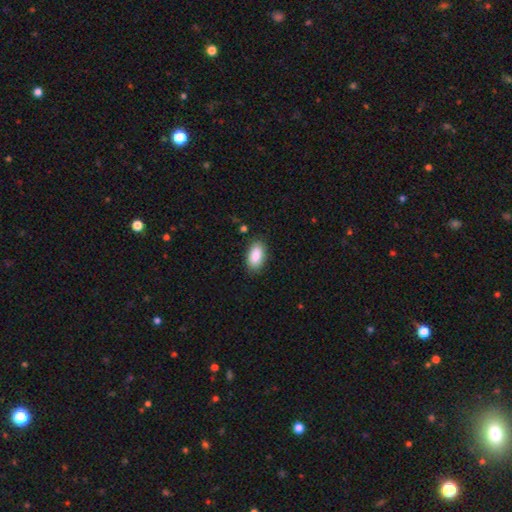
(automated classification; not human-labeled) smooth 88%, star or artifact 7%, featured or disk 5%. Down the decision tree: how rounded — in between (93%); merging — none (85%).